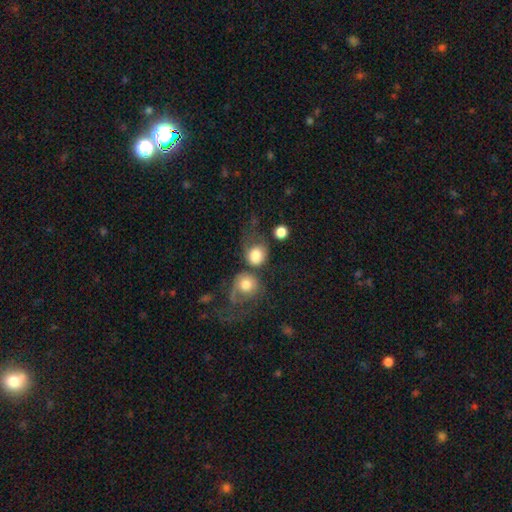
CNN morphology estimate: The model was most divided on "merging": merger: 38%, none: 27%, major disturbance: 20%, minor disturbance: 16%. More confident: smooth or featured — smooth (79%); how rounded — round (72%).